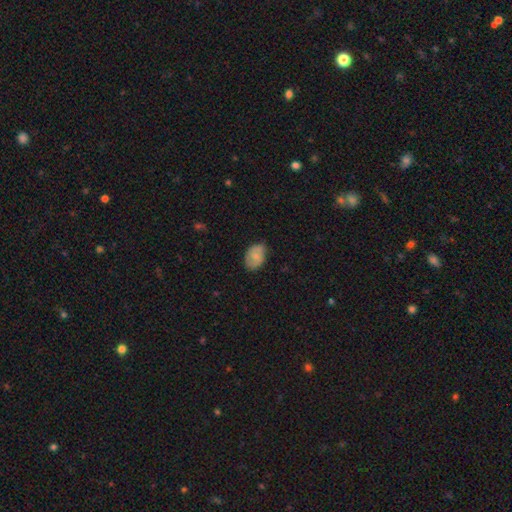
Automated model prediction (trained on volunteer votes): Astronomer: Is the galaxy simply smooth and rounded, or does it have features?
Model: smooth — 72%.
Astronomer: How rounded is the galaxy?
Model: in between — 84%.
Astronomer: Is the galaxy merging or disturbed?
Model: none — 73%.